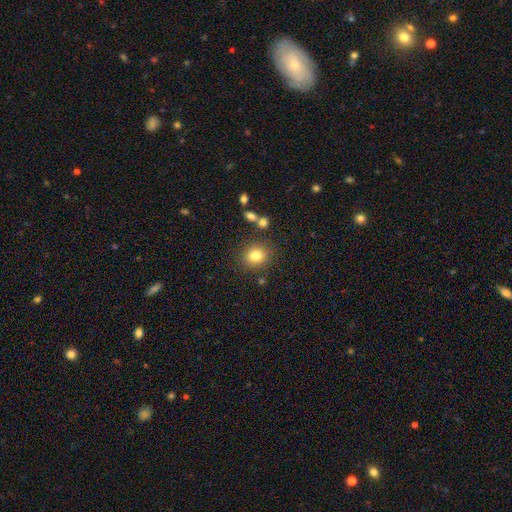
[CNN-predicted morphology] Smooth or featured?
  - smooth: 81% *
  - star or artifact: 11%
  - featured or disk: 8%
How rounded?
  - round: 72% *
  - in between: 27%
  - cigar-shaped: 1%
Merging?
  - none: 81% *
  - minor disturbance: 10%
  - merger: 5%
  - major disturbance: 3%